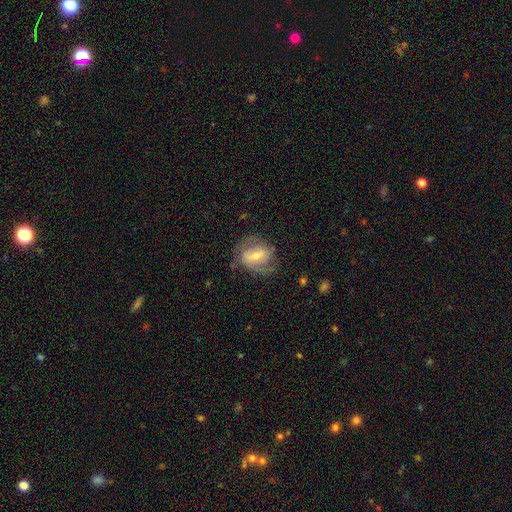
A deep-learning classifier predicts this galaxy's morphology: A featured or disk galaxy (72%) with a weak bar (45%), 2 (74%) medium (48%) spiral arms (85%) and a small central bulge (50%).

Vote fractions:
- Smooth or featured? featured or disk: 72% / smooth: 22% / star or artifact: 6%
- Edge-on disk? no: 96% / yes: 4%
- Bar? weak: 45% / strong: 35% / no: 21%
- Spiral arms? yes: 85% / no: 15%
- Spiral winding? medium: 48% / tight: 30% / loose: 21%
- Spiral arm count? 2: 74% / can't tell: 13% / 1: 6% / 3: 4% / 4: 1% / more than 4: 1%
- Bulge size? small: 50% / moderate: 42% / large: 4% / none: 3% / dominant: 1%
- Merging? none: 63% / minor disturbance: 21% / major disturbance: 15% / merger: 2%